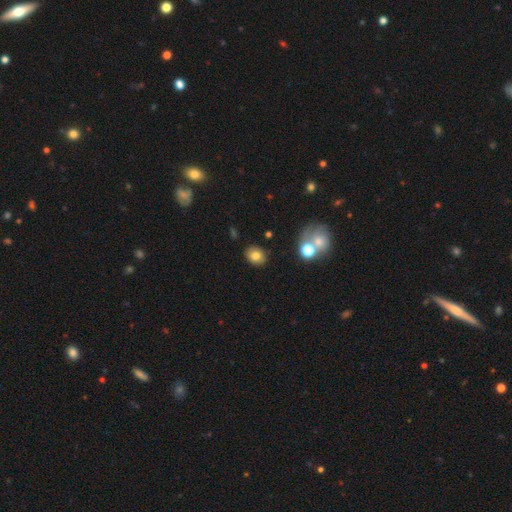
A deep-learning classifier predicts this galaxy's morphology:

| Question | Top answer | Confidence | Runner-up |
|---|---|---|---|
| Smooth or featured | smooth | 78% | featured or disk (12%) |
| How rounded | round | 52% | in between (47%) |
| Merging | none | 86% | minor disturbance (8%) |